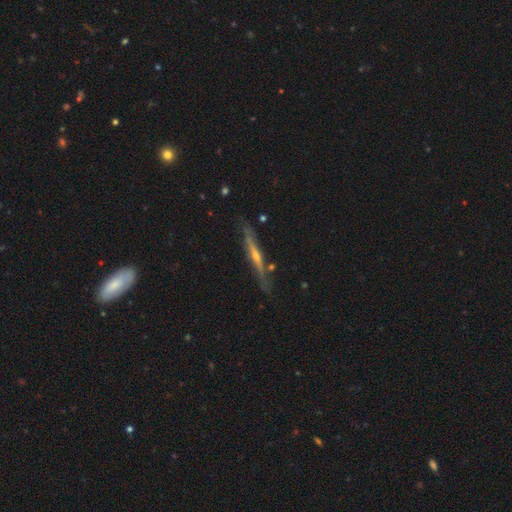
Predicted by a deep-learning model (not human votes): Smooth or featured?
  - featured or disk: 75% *
  - smooth: 19%
  - star or artifact: 6%
Edge-on disk?
  - yes: 96% *
  - no: 4%
Edge-on bulge?
  - rounded: 76% *
  - none: 19%
  - boxy: 5%
Merging?
  - none: 80% *
  - minor disturbance: 14%
  - merger: 3%
  - major disturbance: 3%